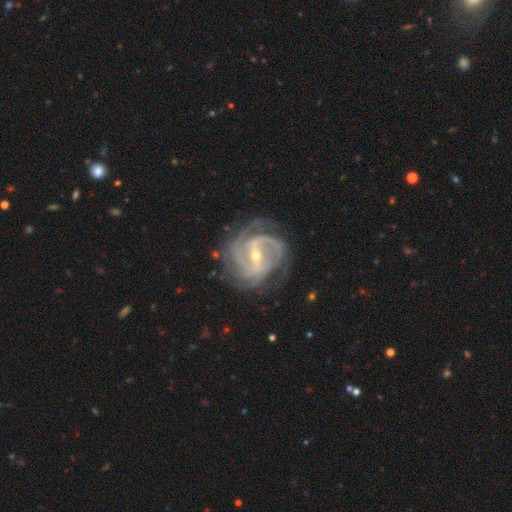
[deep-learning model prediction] This appears to be a featured or disk galaxy (92%) with a strong bar (43%), 3 (35%) tight (52%) spiral arms (98%) and a small central bulge (58%). Merging: none (73%).